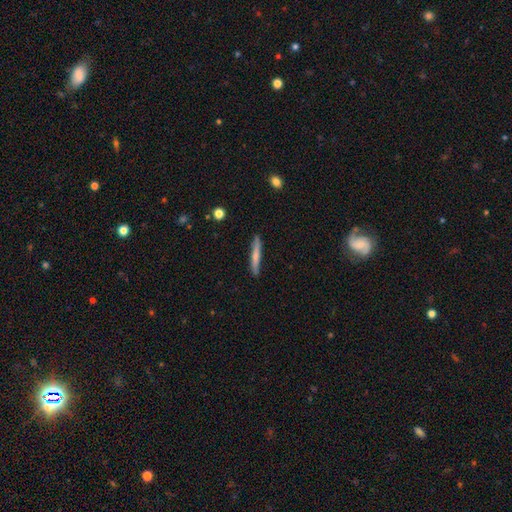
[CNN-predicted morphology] smooth_or_featured: smooth (p=0.66) [alt: featured or disk p=0.28]
how_rounded: cigar-shaped (p=0.95) [alt: in between p=0.04]
merging: none (p=0.85) [alt: minor disturbance p=0.12]